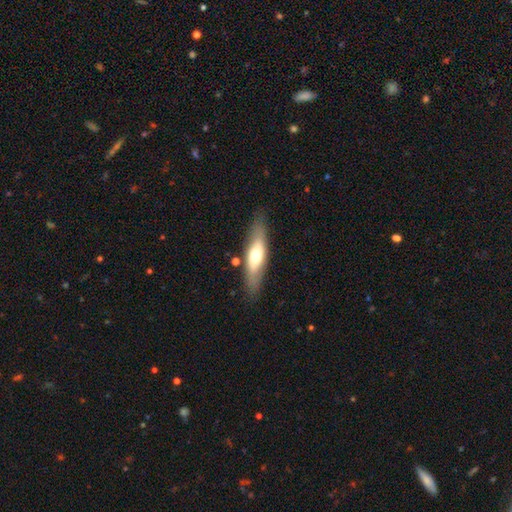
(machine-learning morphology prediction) smooth-or-featured: smooth: 51% | featured or disk: 43% | star or artifact: 6%
  how-rounded: cigar-shaped: 58% | in between: 40% | round: 2%
  merging: none: 81% | minor disturbance: 12% | major disturbance: 3% | merger: 3%